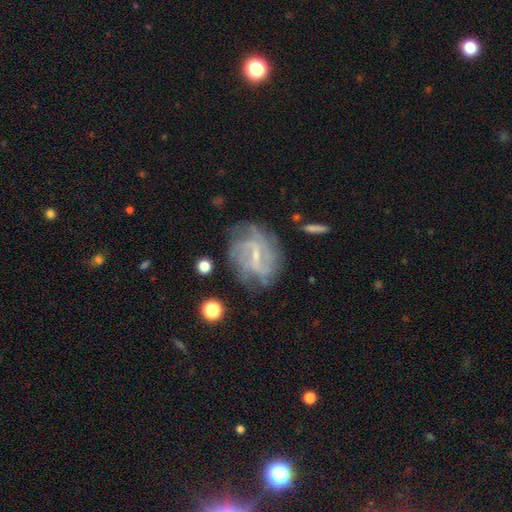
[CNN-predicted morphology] Smooth or featured? featured or disk (80%)
Edge-on disk? no (96%)
Bar? weak (52%)
Spiral arms? yes (88%)
Spiral winding? tight (41%)
Spiral arm count? can't tell (38%)
Bulge size? small (65%)
Merging? none (64%)